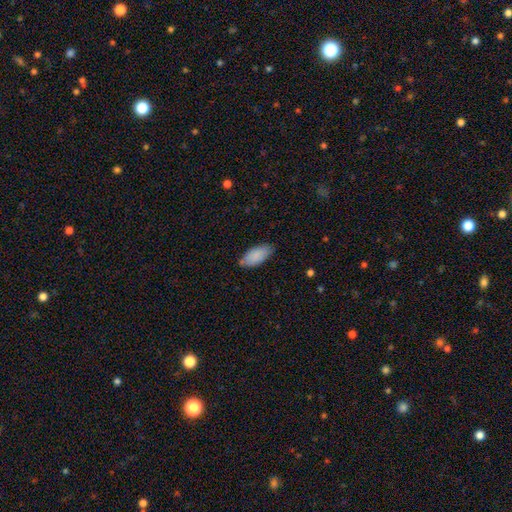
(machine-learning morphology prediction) smooth_or_featured: smooth (p=0.86) [alt: featured or disk p=0.08]
how_rounded: in between (p=0.91) [alt: cigar-shaped p=0.07]
merging: none (p=0.77) [alt: minor disturbance p=0.19]